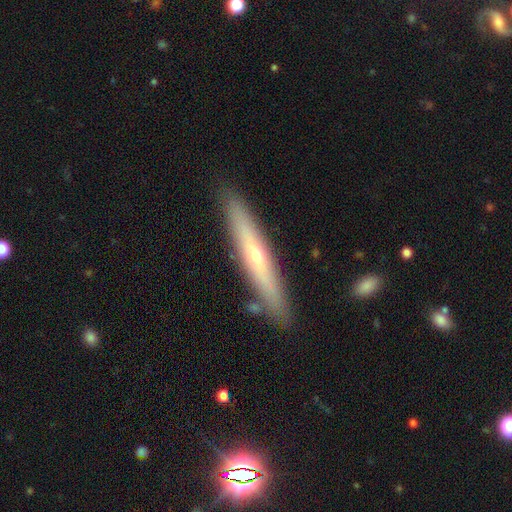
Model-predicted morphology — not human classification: Smooth or featured? featured or disk (57%)
Edge-on disk? yes (86%)
Merging? none (88%)